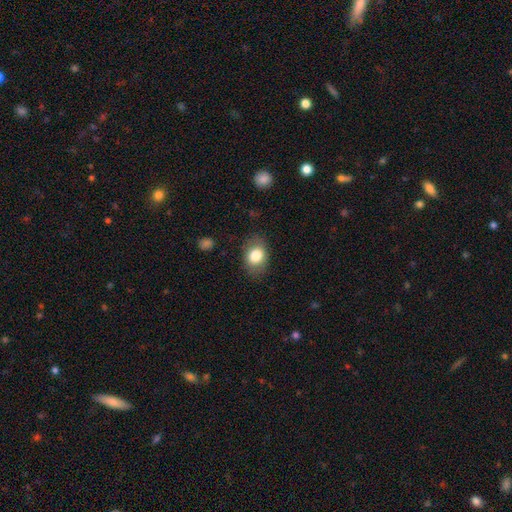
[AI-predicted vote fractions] smooth-or-featured: smooth: 80% | featured or disk: 12% | star or artifact: 8%
  how-rounded: in between: 72% | round: 27% | cigar-shaped: 1%
  merging: none: 79% | minor disturbance: 15% | major disturbance: 5% | merger: 1%